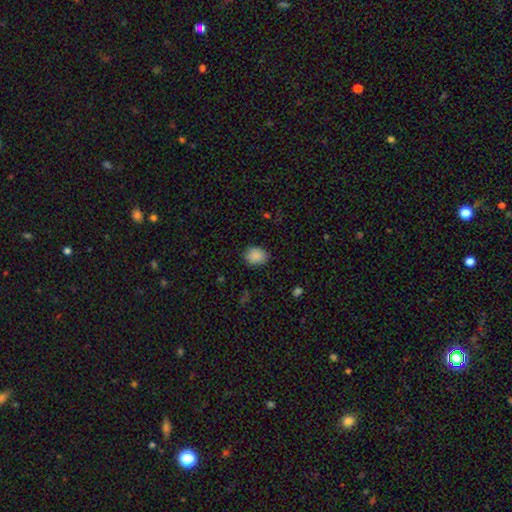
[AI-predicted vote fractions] smooth-or-featured: smooth: 89% | star or artifact: 8% | featured or disk: 3%
  how-rounded: in between: 54% | round: 45% | cigar-shaped: 1%
  merging: none: 83% | minor disturbance: 13% | major disturbance: 3% | merger: 1%